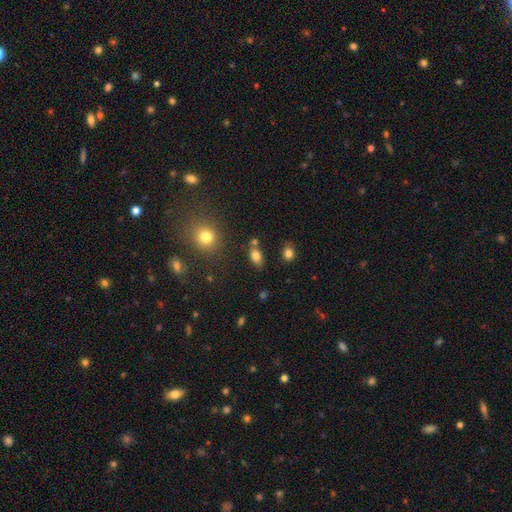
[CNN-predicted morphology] Smooth or featured? smooth (80%)
How rounded? in between (85%)
Merging? none (71%)